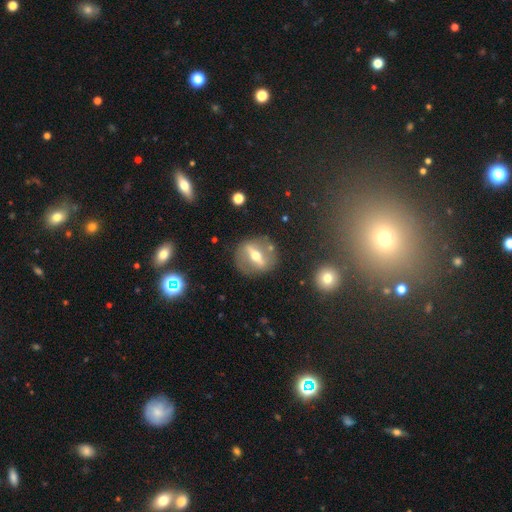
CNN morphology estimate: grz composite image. It shows a featured or disk galaxy (72%). Merging: none (81%).